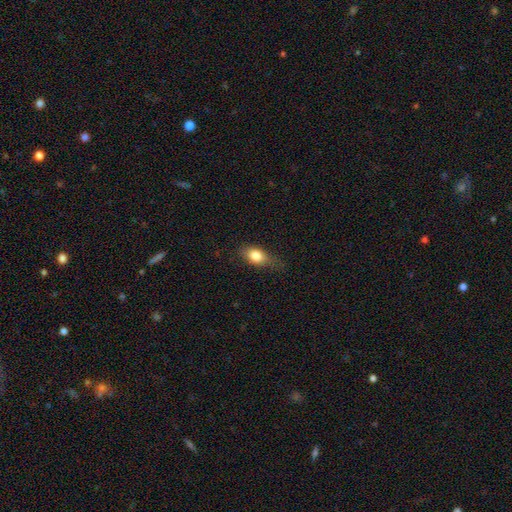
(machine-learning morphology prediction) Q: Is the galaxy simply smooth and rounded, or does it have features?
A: smooth — 80%.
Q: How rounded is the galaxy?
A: in between — 78%.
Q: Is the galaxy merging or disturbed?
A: none — 64%.